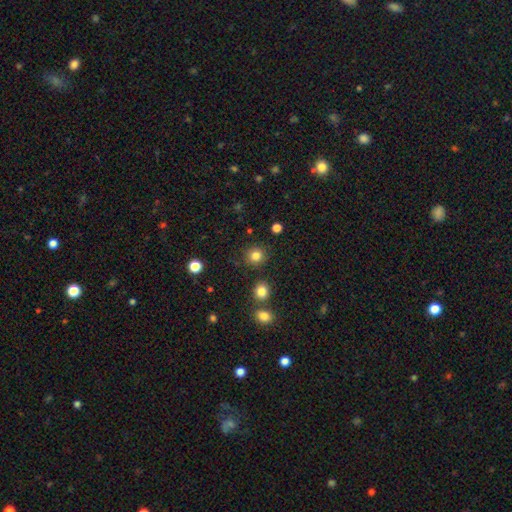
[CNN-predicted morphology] The model was most divided on "smooth or featured": smooth: 83%, star or artifact: 12%, featured or disk: 5%. More confident: how rounded — round (93%); merging — none (88%).